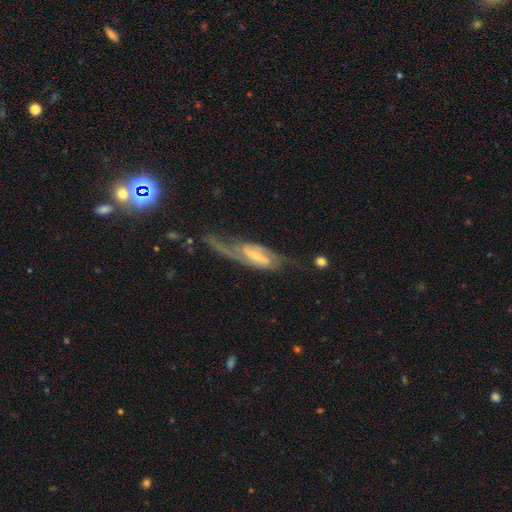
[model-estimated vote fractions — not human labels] Smooth or featured? Predicted: featured or disk (p=0.84). Edge-on disk? Predicted: no (p=0.90). Bar? Predicted: strong (p=0.49). Spiral arms? Predicted: yes (p=0.94). Spiral winding? Predicted: loose (p=0.48). Spiral arm count? Predicted: 2 (p=0.87). Bulge size? Predicted: small (p=0.52). Merging? Predicted: none (p=0.56).